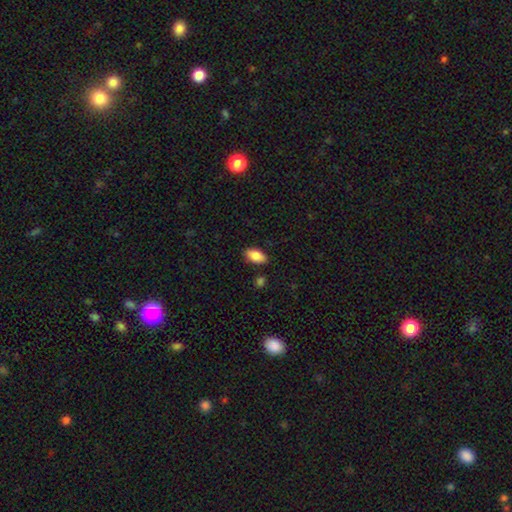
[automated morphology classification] Smooth or featured?
  - smooth: 85% *
  - featured or disk: 9%
  - star or artifact: 7%
How rounded?
  - in between: 91% *
  - cigar-shaped: 6%
  - round: 3%
Merging?
  - none: 86% *
  - minor disturbance: 10%
  - merger: 2%
  - major disturbance: 2%